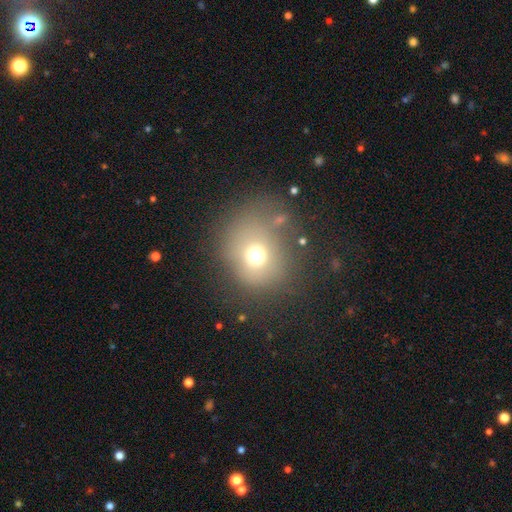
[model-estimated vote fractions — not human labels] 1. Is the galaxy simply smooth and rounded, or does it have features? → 67% smooth, 18% star or artifact, 15% featured or disk.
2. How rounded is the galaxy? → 73% round, 26% in between, 1% cigar-shaped.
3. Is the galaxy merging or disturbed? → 60% none, 18% minor disturbance, 17% major disturbance, 5% merger.